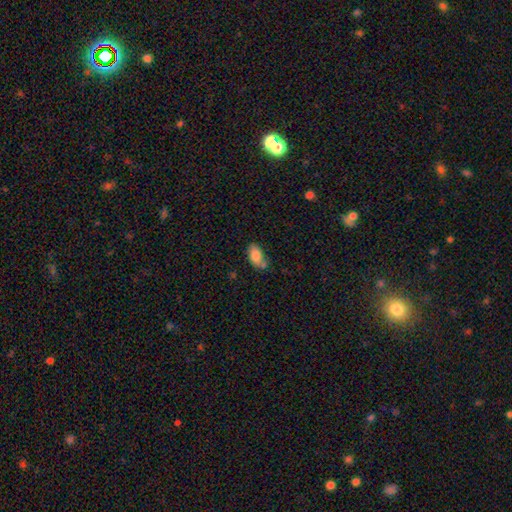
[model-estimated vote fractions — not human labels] This is clearly a smooth galaxy (82%). How rounded: clearly in between (91%). Merging: possibly none (51%).